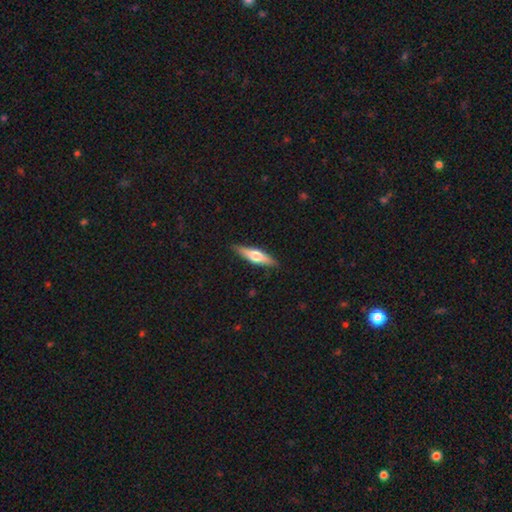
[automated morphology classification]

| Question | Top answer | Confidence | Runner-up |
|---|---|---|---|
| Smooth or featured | featured or disk | 53% | smooth (42%) |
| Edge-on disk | yes | 94% | no (6%) |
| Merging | none | 88% | minor disturbance (9%) |